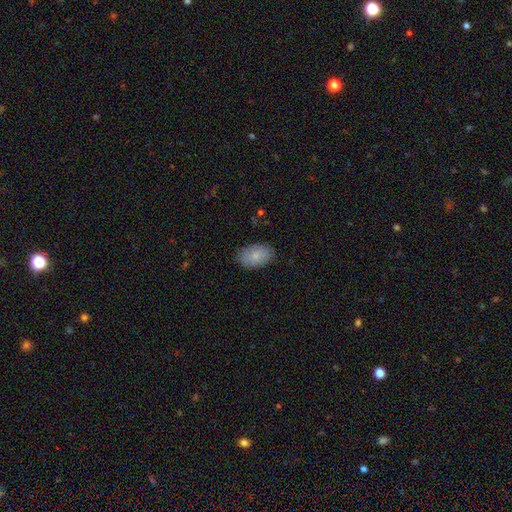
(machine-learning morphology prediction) Smooth or featured?
  - smooth: 84% *
  - featured or disk: 10%
  - star or artifact: 6%
How rounded?
  - in between: 92% *
  - round: 7%
  - cigar-shaped: 1%
Merging?
  - none: 86% *
  - minor disturbance: 11%
  - major disturbance: 2%
  - merger: 1%